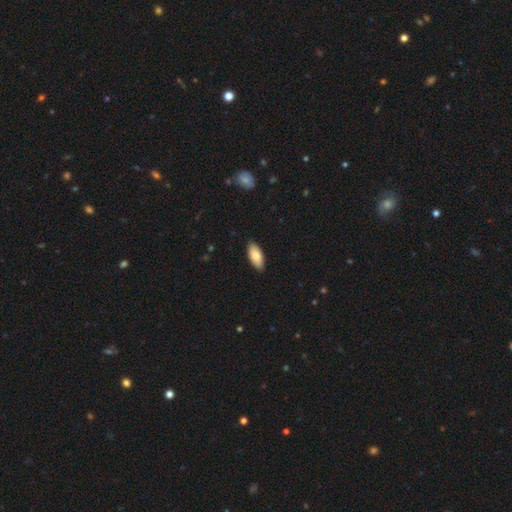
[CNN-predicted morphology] type=smooth (85%); roundness=in between (89%); merging=none (87%).